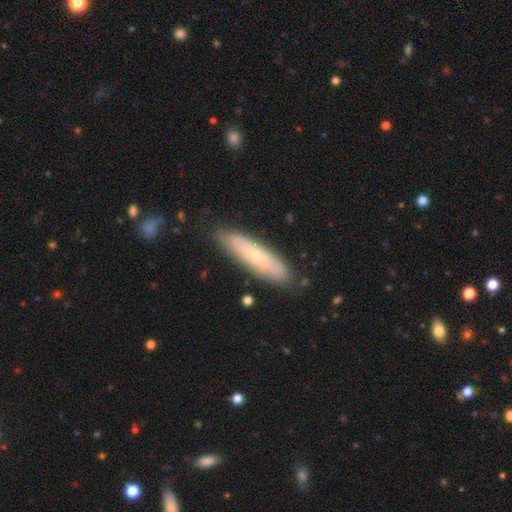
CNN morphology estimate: smooth_or_featured: smooth (p=0.55) [alt: featured or disk p=0.39]
how_rounded: cigar-shaped (p=0.73) [alt: in between p=0.25]
merging: none (p=0.82) [alt: minor disturbance p=0.13]